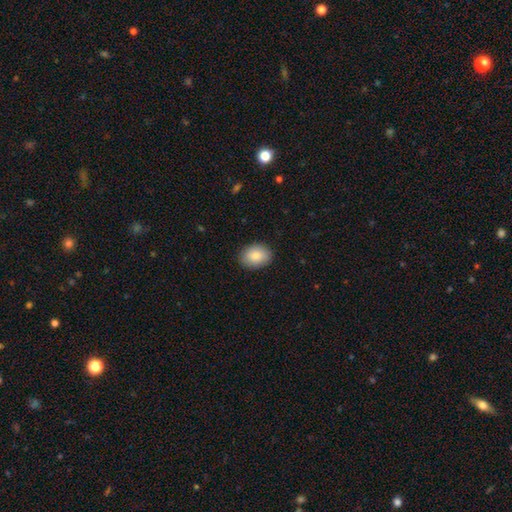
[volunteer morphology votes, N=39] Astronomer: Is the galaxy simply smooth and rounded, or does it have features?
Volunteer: smooth — 85%.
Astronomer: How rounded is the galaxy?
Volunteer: in between — 79%.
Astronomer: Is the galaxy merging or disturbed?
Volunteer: none — 91%.